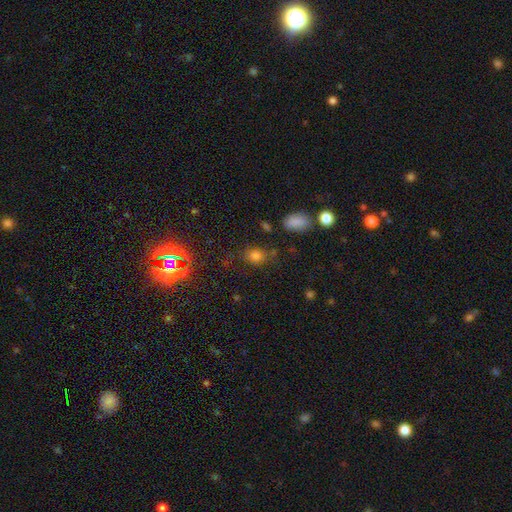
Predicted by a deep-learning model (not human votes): Smooth or featured? smooth (74%)
How rounded? round (53%)
Merging? none (72%)